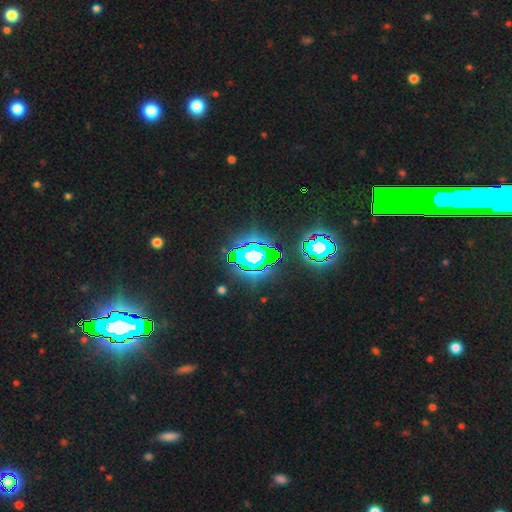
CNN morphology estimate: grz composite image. It shows a star or artifact, not a galaxy (71%).